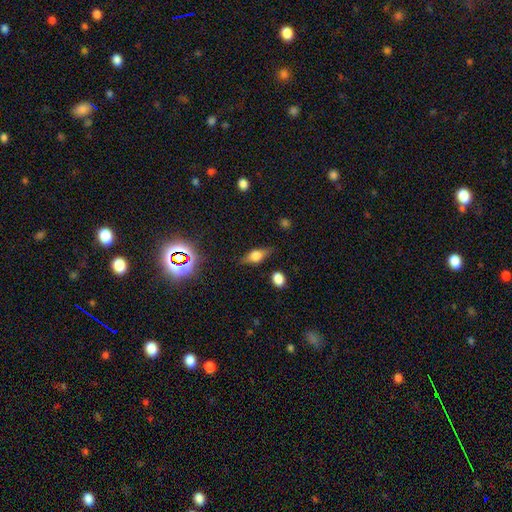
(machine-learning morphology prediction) Overall: featured or disk (45%; smooth 43%). Merging: none (79%).